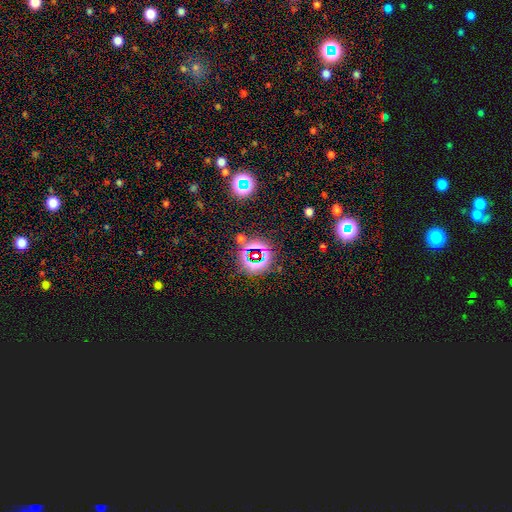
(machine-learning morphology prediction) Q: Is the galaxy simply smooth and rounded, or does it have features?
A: star or artifact — 75%.